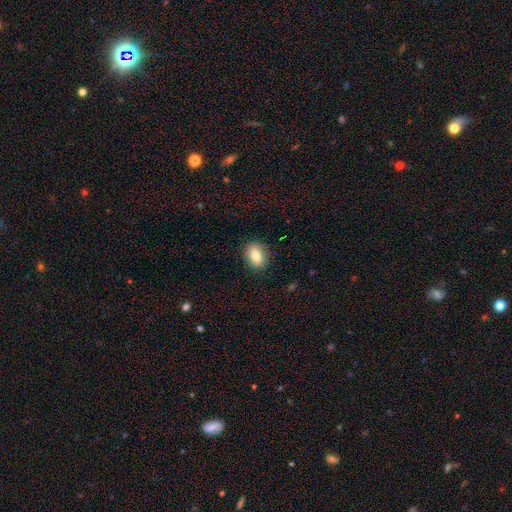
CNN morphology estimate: Overall: smooth (78%). How rounded: in between (70%). Merging: none (87%).